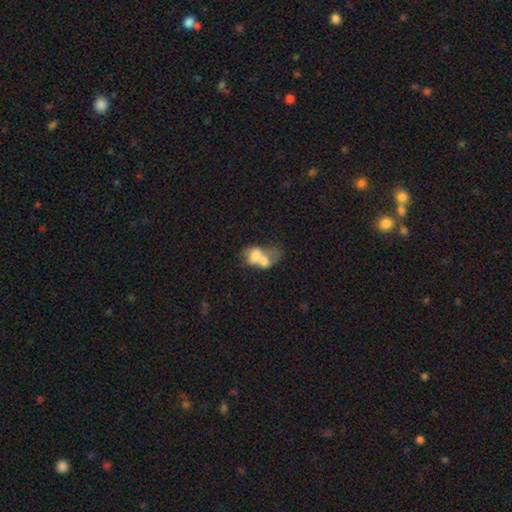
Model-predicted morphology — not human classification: type=smooth (56%); roundness=in between (71%); merging=merger (75%).